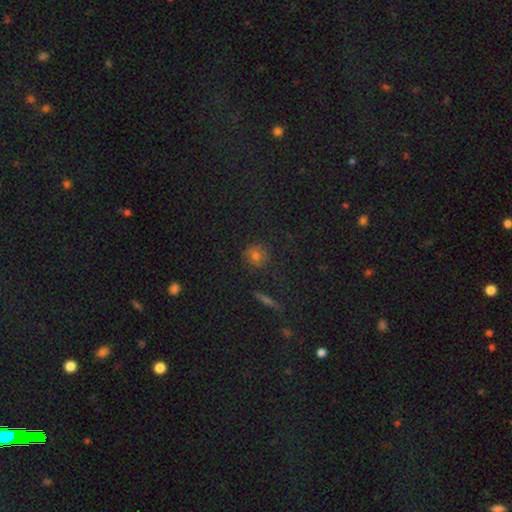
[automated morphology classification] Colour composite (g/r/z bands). It shows a smooth galaxy with no disk features (68%) that is round (91%). Merging: none (85%).